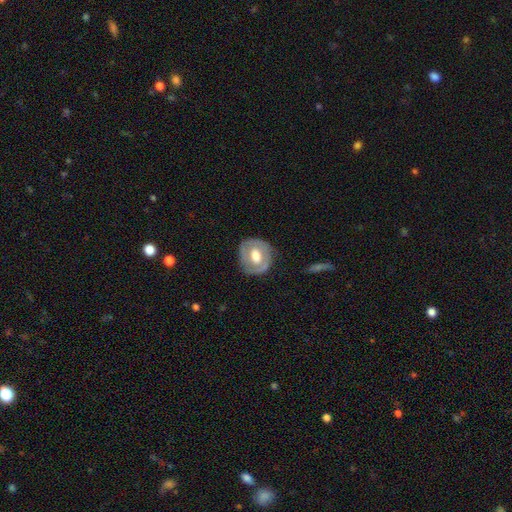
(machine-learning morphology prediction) smooth_or_featured: featured or disk (p=0.62) [alt: smooth p=0.33]
disk_edge_on: no (p=0.96) [alt: yes p=0.04]
bar: no (p=0.53) [alt: weak p=0.36]
has_spiral_arms: yes (p=0.50) [tied with: no p=0.50]
bulge_size: moderate (p=0.55) [alt: large p=0.36]
merging: none (p=0.74) [alt: minor disturbance p=0.18]